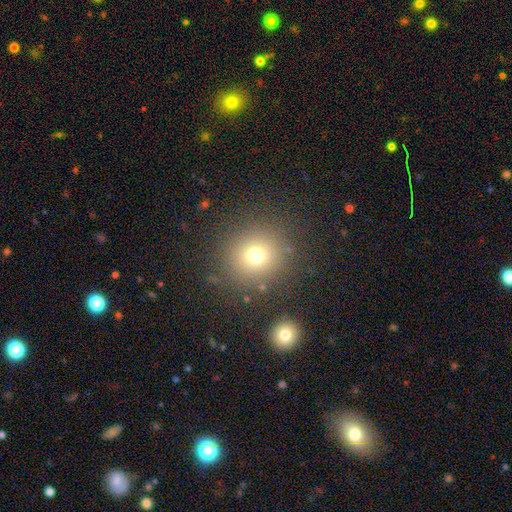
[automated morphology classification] smooth 72%, star or artifact 18%, featured or disk 10%. Down the decision tree: how rounded — round (90%); merging — none (85%).